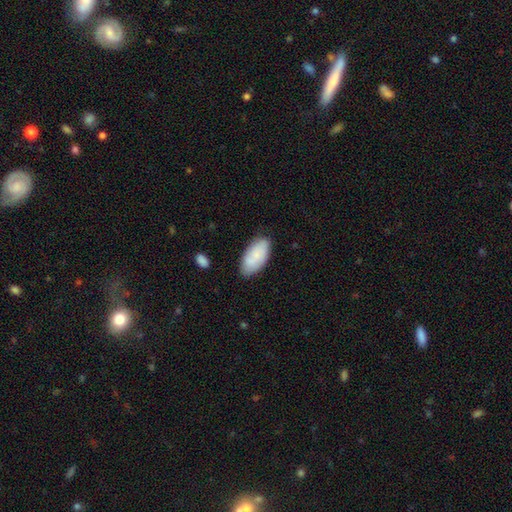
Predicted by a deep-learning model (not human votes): Overall: smooth (79%). How rounded: in between (94%). Merging: none (78%).